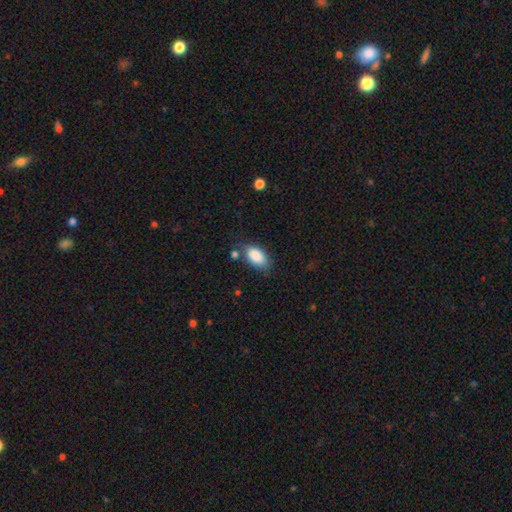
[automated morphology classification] A smooth galaxy with no disk features (88%) that is in between round and cigar-shaped (93%). Merging: none (71%).